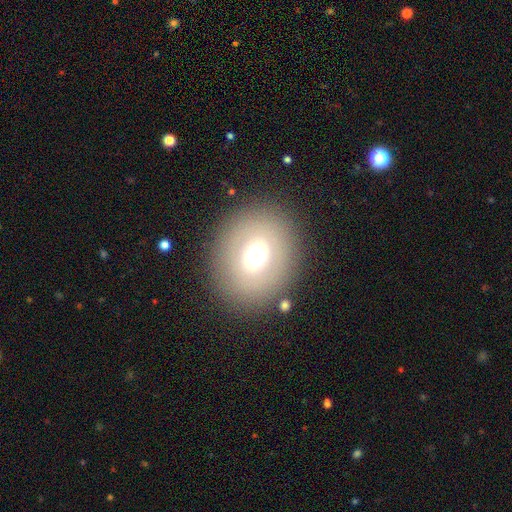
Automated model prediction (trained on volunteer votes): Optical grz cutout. It shows a smooth galaxy with no disk features (56%) that is round (51%). Merging: none (83%).